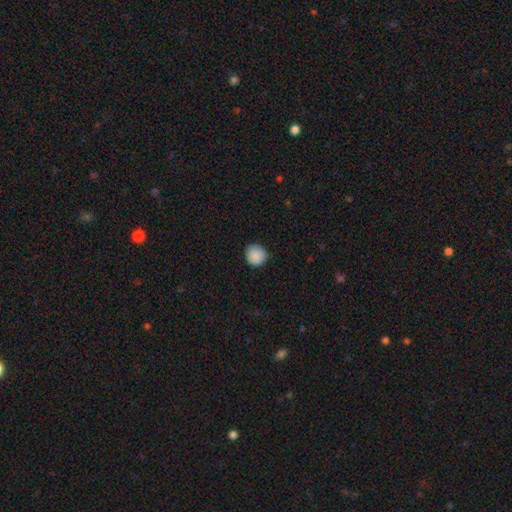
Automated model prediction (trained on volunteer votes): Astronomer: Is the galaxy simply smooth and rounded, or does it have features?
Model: smooth — 89%.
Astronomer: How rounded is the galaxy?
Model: round — 92%.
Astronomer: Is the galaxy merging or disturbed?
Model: none — 88%.